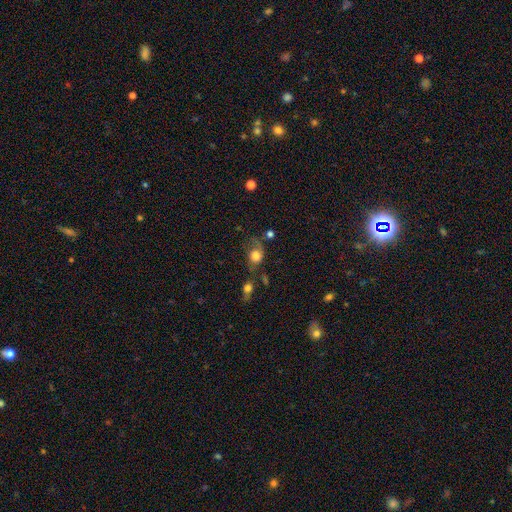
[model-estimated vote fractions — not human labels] A smooth galaxy with no disk features (71%) that is round (50%). Merging: none (36%).